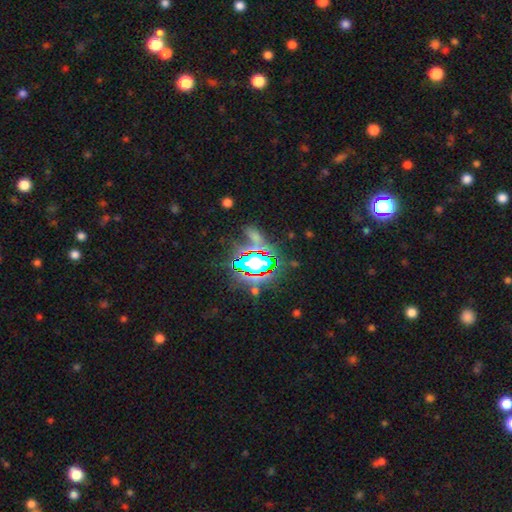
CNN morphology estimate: Smooth or featured: star or artifact — 81% (smooth — 11%)